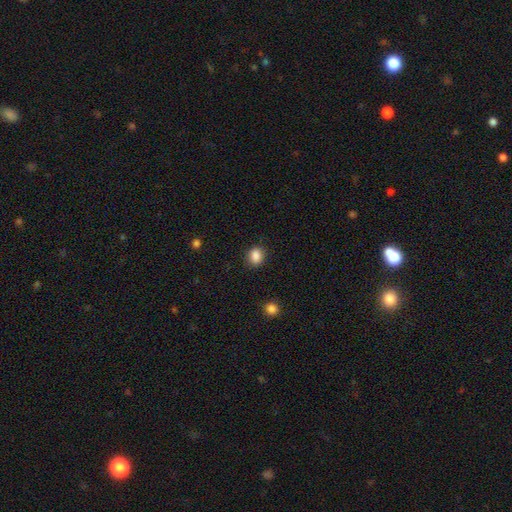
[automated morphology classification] This is clearly a smooth galaxy (87%). How rounded: possibly round (54%). Merging: clearly none (85%).